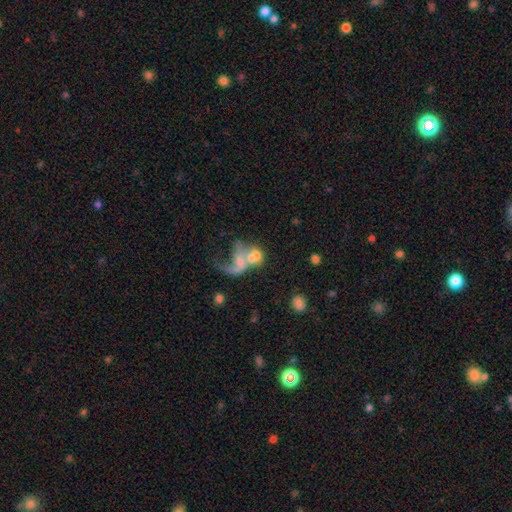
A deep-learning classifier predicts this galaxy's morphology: featured or disk 52%, smooth 36%, star or artifact 12%. Down the decision tree: edge-on disk — no (97%); bar — no (72%); spiral arms — no (57%); bulge size — none (30%, tied with moderate); merging — merger (62%).